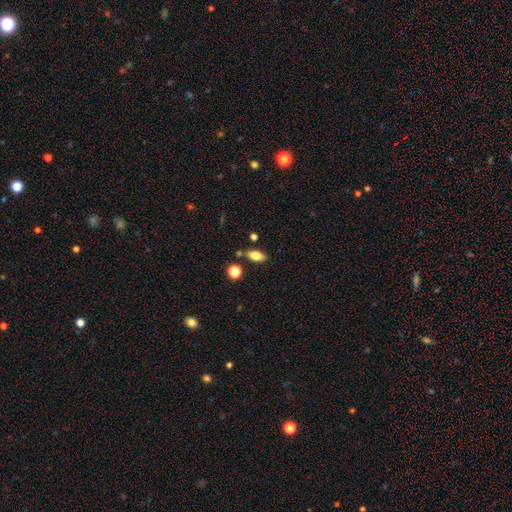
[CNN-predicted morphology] type=smooth (75%); roundness=in between (84%); merging=none (79%).